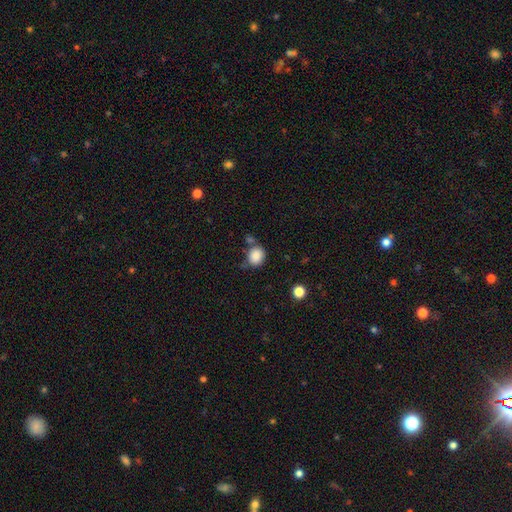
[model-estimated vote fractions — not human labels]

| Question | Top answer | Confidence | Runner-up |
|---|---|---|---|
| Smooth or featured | smooth | 86% | star or artifact (10%) |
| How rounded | round | 70% | in between (29%) |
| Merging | none | 61% | minor disturbance (20%) |